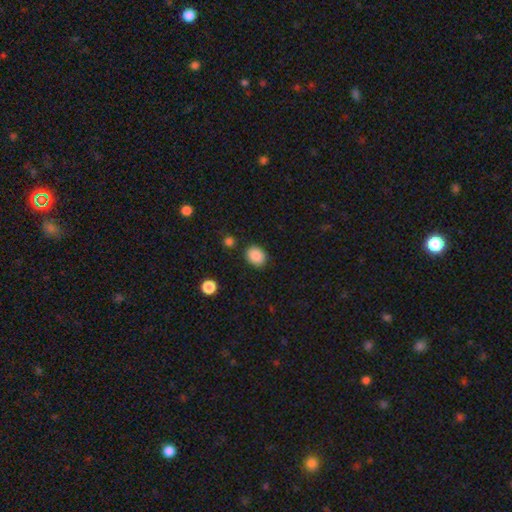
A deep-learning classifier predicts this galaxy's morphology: Smooth or featured?
  - smooth: 88% *
  - star or artifact: 9%
  - featured or disk: 4%
How rounded?
  - in between: 53% *
  - round: 46%
  - cigar-shaped: 1%
Merging?
  - none: 86% *
  - minor disturbance: 9%
  - major disturbance: 3%
  - merger: 2%